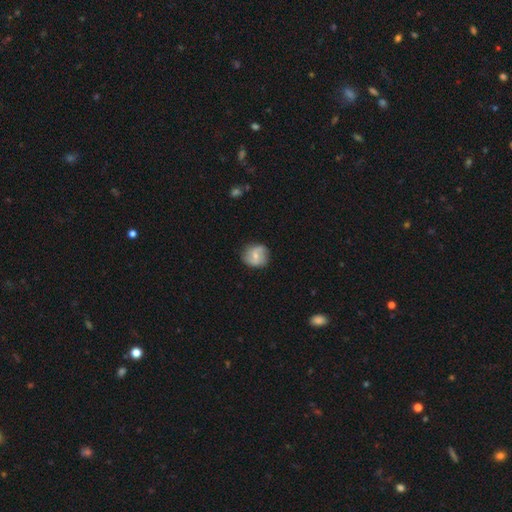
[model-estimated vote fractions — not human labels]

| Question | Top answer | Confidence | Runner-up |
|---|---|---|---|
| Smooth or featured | featured or disk | 49% | smooth (44%) |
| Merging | none | 76% | minor disturbance (18%) |